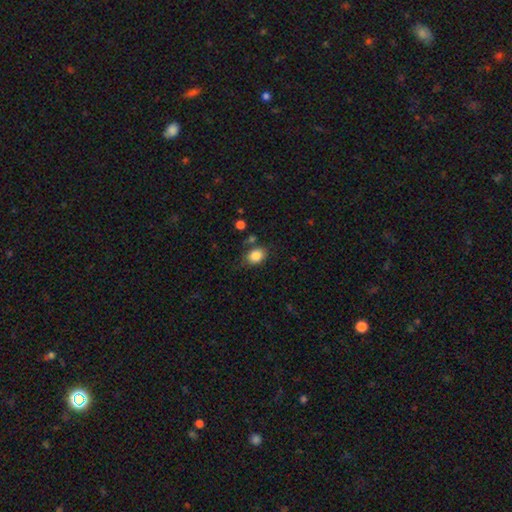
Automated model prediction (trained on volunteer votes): Smooth or featured? Predicted: smooth (p=0.85). How rounded? Predicted: in between (p=0.68). Merging? Predicted: none (p=0.71).